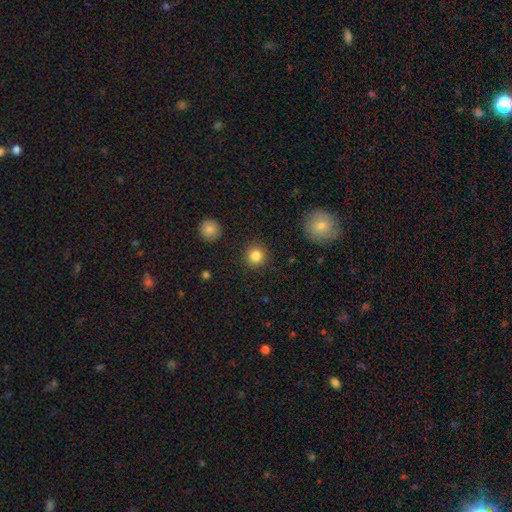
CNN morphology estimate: Smooth or featured: smooth — 84% (star or artifact — 11%)
How rounded: round — 94% (in between — 5%)
Merging: none — 90% (minor disturbance — 6%)